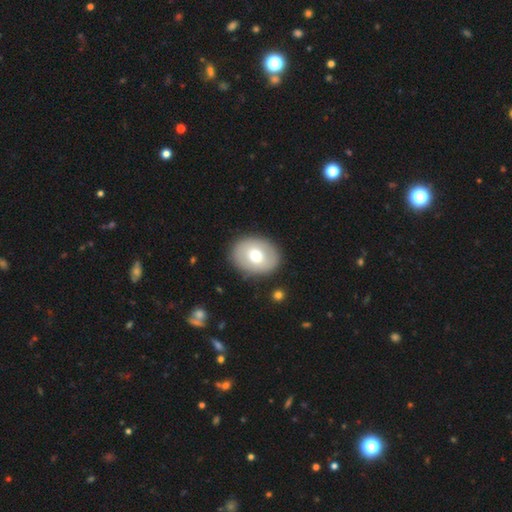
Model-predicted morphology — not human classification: Overall: smooth (64%; featured or disk 29%). How rounded: in between (56%; round 43%). Merging: none (87%).